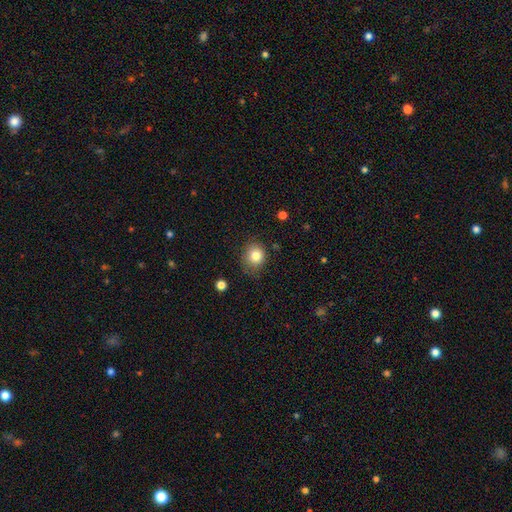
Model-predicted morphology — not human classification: smooth_or_featured: smooth (p=0.82) [alt: star or artifact p=0.10]
how_rounded: round (p=0.73) [alt: in between p=0.26]
merging: none (p=0.71) [alt: minor disturbance p=0.22]